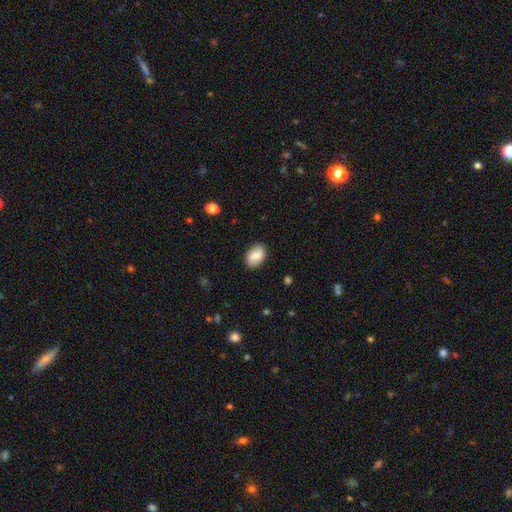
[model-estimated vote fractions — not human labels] The model was most divided on "how rounded": in between: 84%, round: 15%, cigar-shaped: 1%. More confident: merging — none (85%); smooth or featured — smooth (82%).